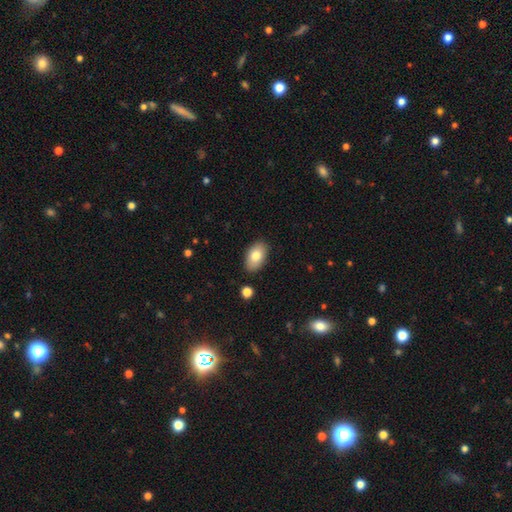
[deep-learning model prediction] Smooth or featured: smooth — 80% (featured or disk — 13%)
How rounded: in between — 93% (round — 6%)
Merging: none — 87% (minor disturbance — 10%)